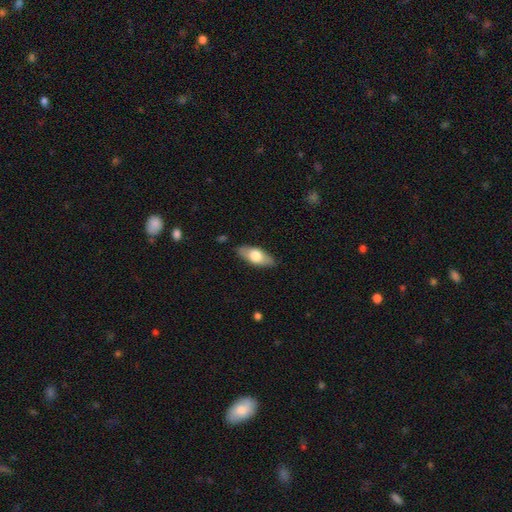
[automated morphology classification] This is likely a smooth galaxy (66%). How rounded: clearly in between (83%). Merging: clearly none (85%).